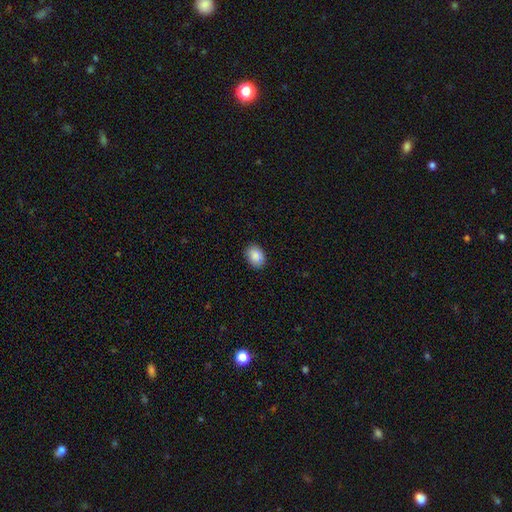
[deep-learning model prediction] Smooth or featured? smooth (88%)
How rounded? in between (68%)
Merging? none (84%)